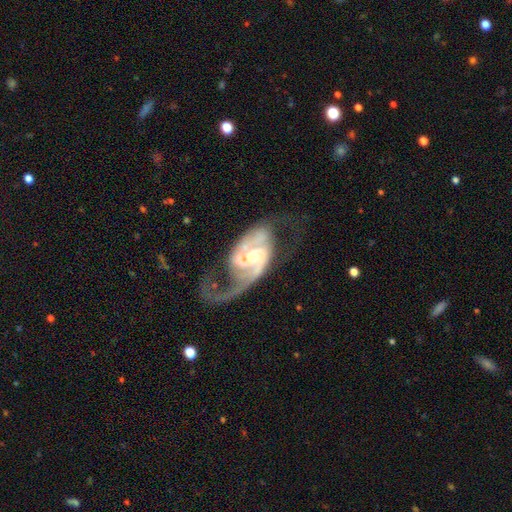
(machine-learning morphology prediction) type=featured or disk (88%); edge-on=no (96%); bar=weak (42%); spiral arms=yes (93%); winding=medium (43%); arm count=2 (75%); bulge=moderate (50%); merging=none (36%).